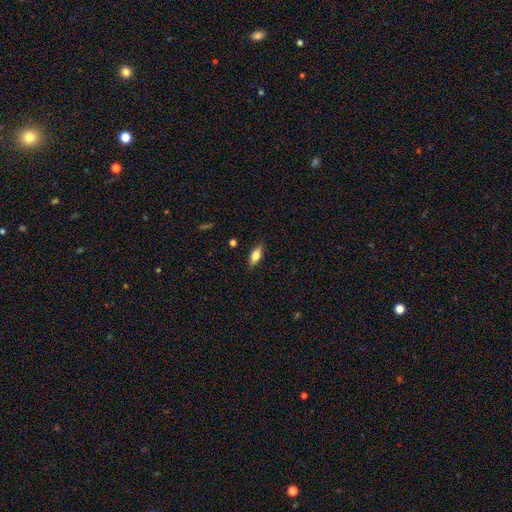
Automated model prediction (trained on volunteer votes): The model was most divided on "smooth or featured": smooth: 68%, featured or disk: 24%, star or artifact: 7%. More confident: merging — none (85%); how rounded — in between (76%).